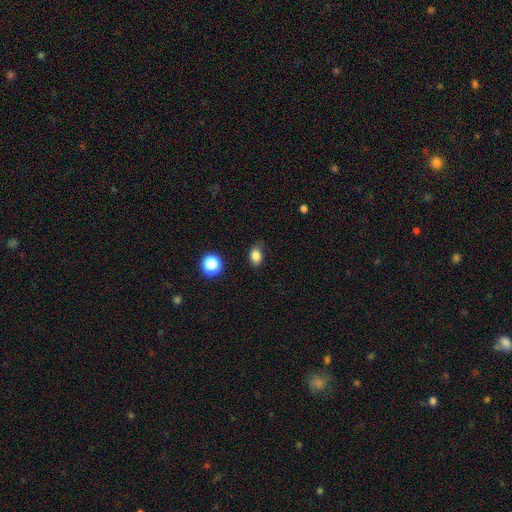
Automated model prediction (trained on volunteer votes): A smooth galaxy with no disk features (83%) that is in between round and cigar-shaped (74%). Merging: none (78%).